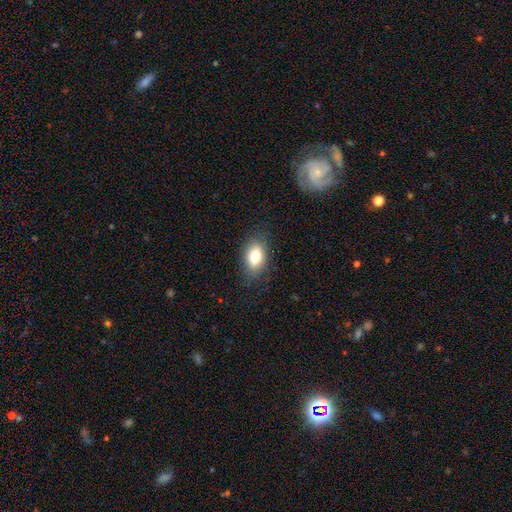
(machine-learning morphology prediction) A smooth galaxy with no disk features (81%) that is in between round and cigar-shaped (89%). Merging: none (83%).